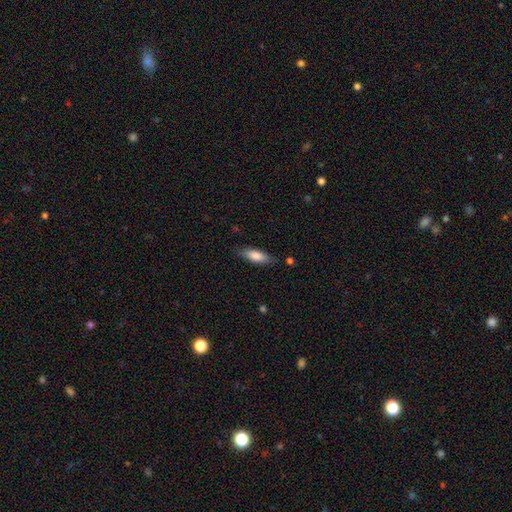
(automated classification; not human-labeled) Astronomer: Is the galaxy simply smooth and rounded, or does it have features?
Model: smooth — 81%.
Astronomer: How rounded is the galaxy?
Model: in between — 60% (runner-up: cigar-shaped, 38%).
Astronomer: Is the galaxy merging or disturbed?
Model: none — 81%.